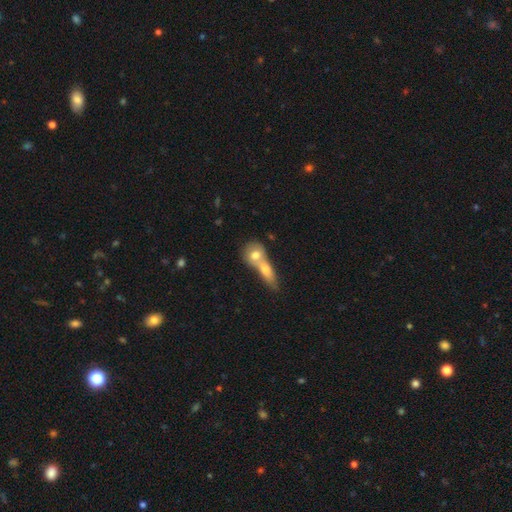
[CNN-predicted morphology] smooth 59%, featured or disk 31%, star or artifact 10%. Down the decision tree: how rounded — round (41%); merging — merger (68%).